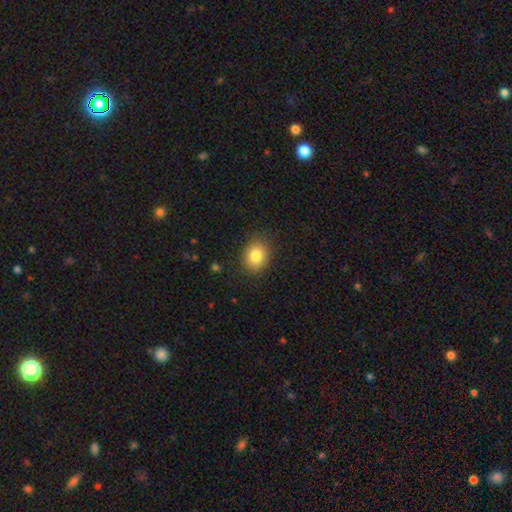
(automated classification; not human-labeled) Smooth or featured: smooth — 83% (star or artifact — 9%)
How rounded: in between — 53% (round — 47%)
Merging: none — 84% (minor disturbance — 12%)